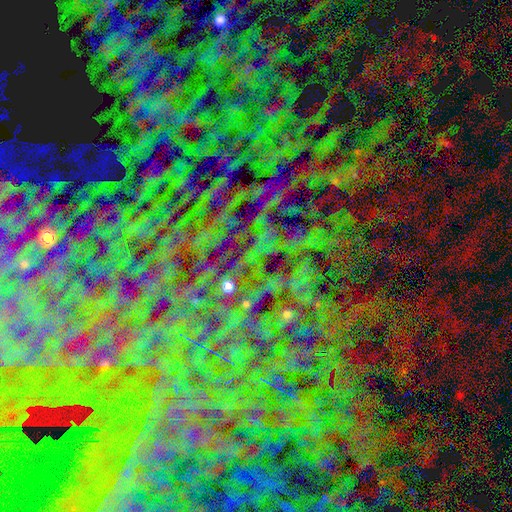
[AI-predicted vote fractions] A star or artifact, not a galaxy (82%).